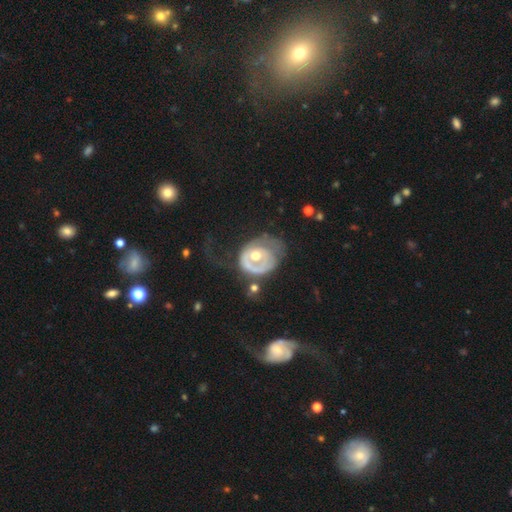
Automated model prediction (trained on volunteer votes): Q: Smooth or featured?
A: featured or disk (68%); runner-up: smooth (26%)
Q: Edge-on disk?
A: no (97%); runner-up: yes (3%)
Q: Bar?
A: no (80%); runner-up: weak (16%)
Q: Spiral arms?
A: yes (57%); runner-up: no (43%)
Q: Bulge size?
A: moderate (72%); runner-up: small (14%)
Q: Merging?
A: major disturbance (44%); runner-up: none (29%)